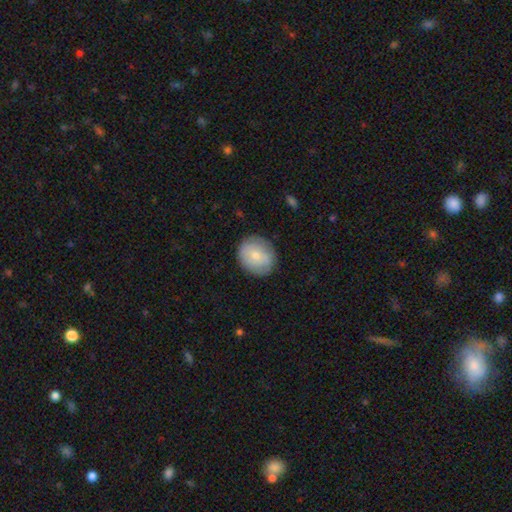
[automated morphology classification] smooth_or_featured: smooth (p=0.72) [alt: featured or disk p=0.21]
how_rounded: round (p=0.75) [alt: in between p=0.24]
merging: none (p=0.83) [alt: minor disturbance p=0.13]